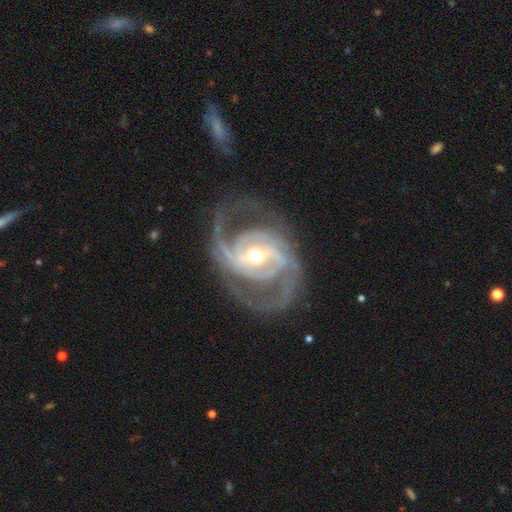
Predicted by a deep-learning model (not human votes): Morphology: type=featured or disk (92%); edge-on=no (97%); bar=weak (39%); spiral arms=yes (97%); winding=medium (52%); arm count=2 (59%); bulge=moderate (49%); merging=none (69%).